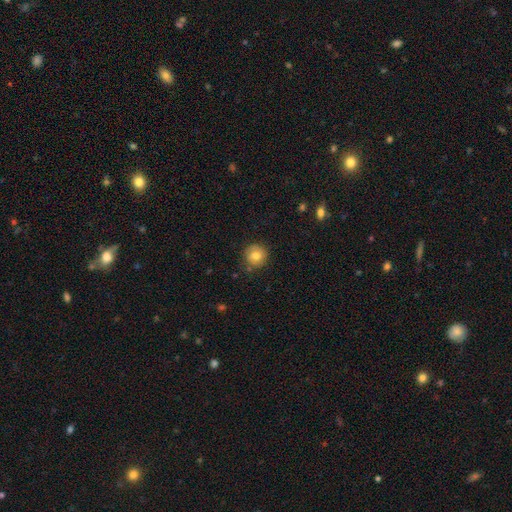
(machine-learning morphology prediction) Overall: smooth (78%). How rounded: round (93%). Merging: none (82%).